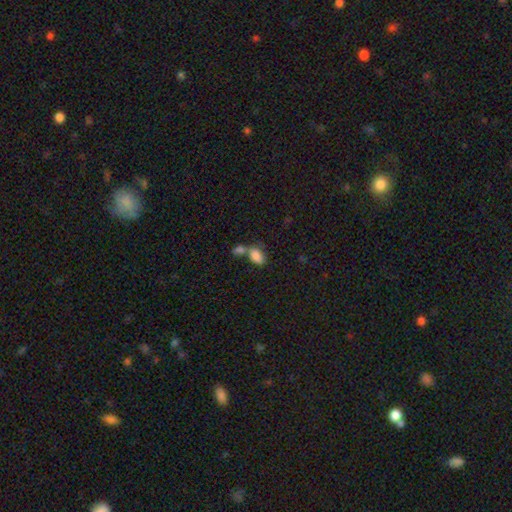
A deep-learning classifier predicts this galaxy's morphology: This appears to be a smooth galaxy with no disk features (83%) that is in between round and cigar-shaped (88%). Merging: merger (54%).